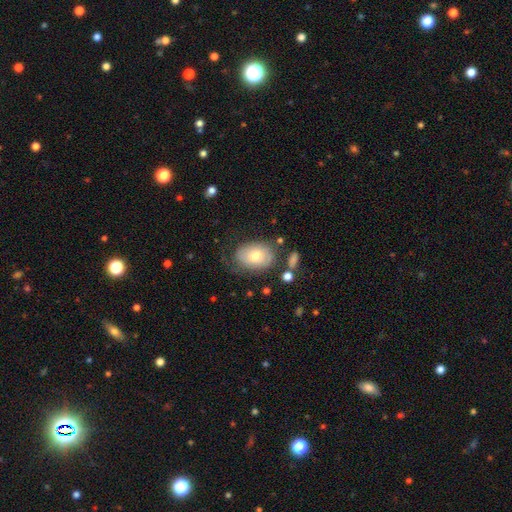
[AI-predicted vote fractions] smooth-or-featured: smooth: 63% | featured or disk: 29% | star or artifact: 8%
  how-rounded: in between: 75% | round: 24% | cigar-shaped: 1%
  merging: none: 59% | minor disturbance: 24% | major disturbance: 13% | merger: 4%